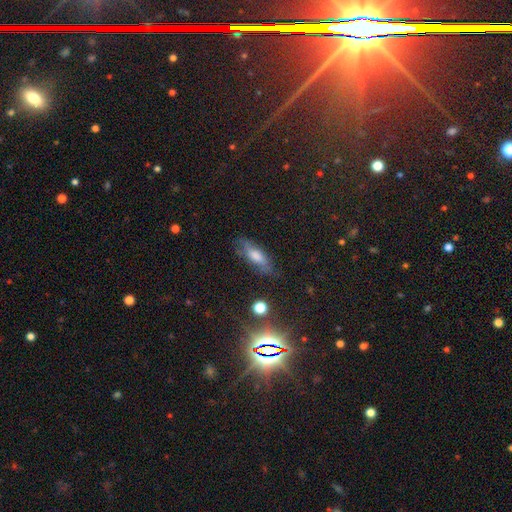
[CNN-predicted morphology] Q: Smooth or featured?
A: smooth (49%); runner-up: featured or disk (32%)
Q: Merging?
A: none (72%); runner-up: minor disturbance (19%)